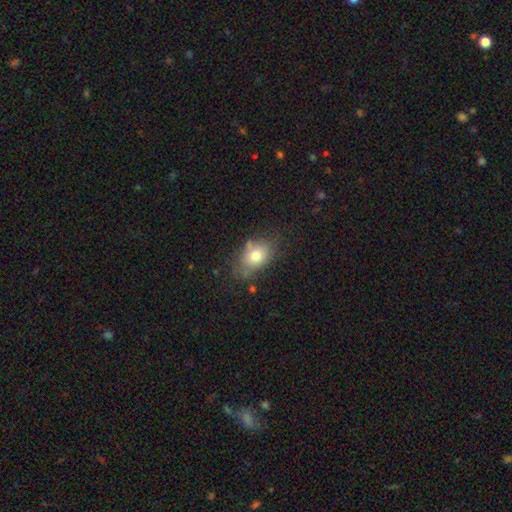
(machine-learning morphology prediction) Overall: smooth (76%). How rounded: in between (78%). Merging: none (66%).